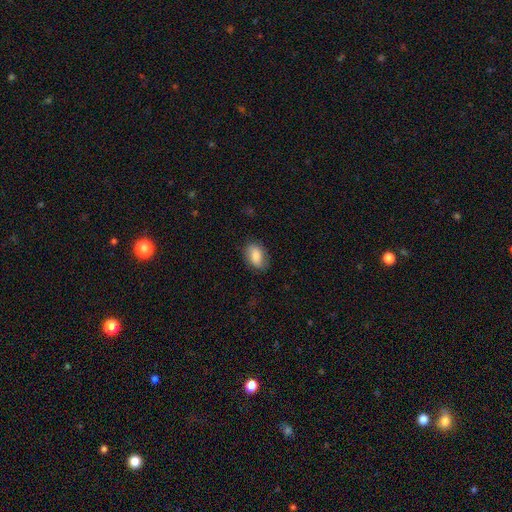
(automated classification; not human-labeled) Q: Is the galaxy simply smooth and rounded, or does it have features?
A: smooth — 81%.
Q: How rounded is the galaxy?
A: in between — 88%.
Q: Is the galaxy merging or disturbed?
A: none — 80%.